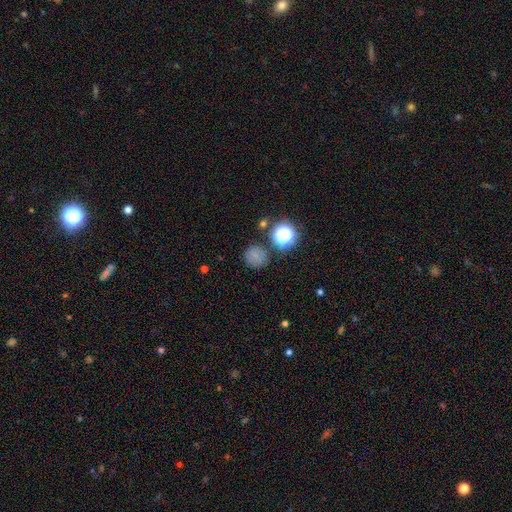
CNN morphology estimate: Smooth or featured? smooth (68%)
How rounded? round (90%)
Merging? none (78%)